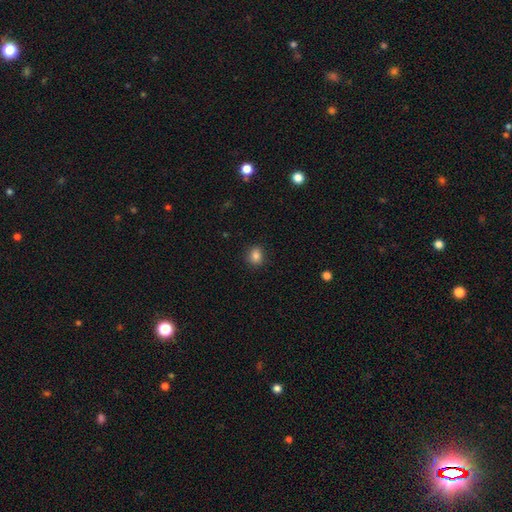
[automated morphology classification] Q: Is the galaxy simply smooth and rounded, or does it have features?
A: smooth — 85%.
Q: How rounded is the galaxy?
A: round — 66%.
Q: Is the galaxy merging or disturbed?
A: none — 88%.